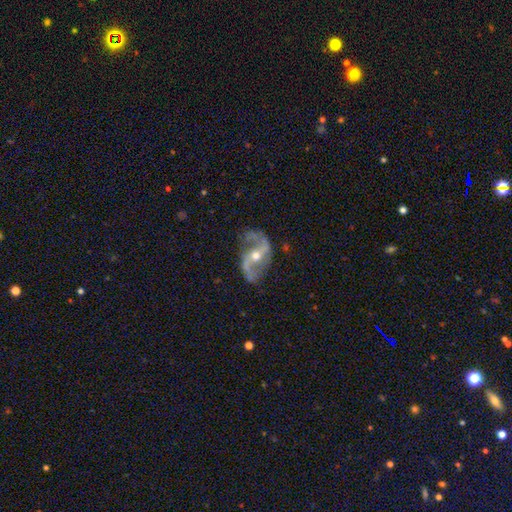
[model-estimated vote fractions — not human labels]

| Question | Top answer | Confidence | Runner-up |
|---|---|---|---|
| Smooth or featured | featured or disk | 90% | smooth (5%) |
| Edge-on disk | no | 96% | yes (4%) |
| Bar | weak | 36% | strong (34%) |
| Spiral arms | yes | 94% | no (6%) |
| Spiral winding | loose | 64% | medium (29%) |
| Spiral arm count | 2 | 93% | can't tell (2%) |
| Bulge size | moderate | 68% | small (27%) |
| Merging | none | 76% | minor disturbance (15%) |